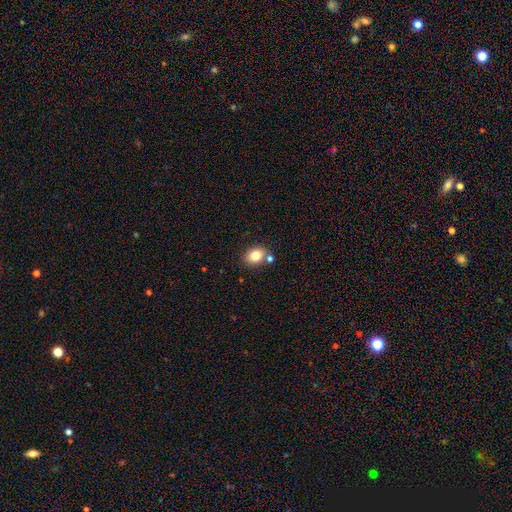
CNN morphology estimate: The model was most divided on "how rounded": in between: 60%, round: 39%, cigar-shaped: 1%. More confident: smooth or featured — smooth (81%); merging — none (72%).